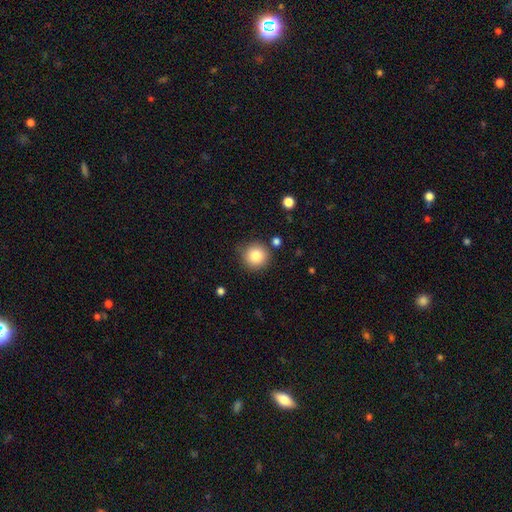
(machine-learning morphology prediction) smooth 83%, star or artifact 10%, featured or disk 7%. Down the decision tree: how rounded — round (94%); merging — none (84%).